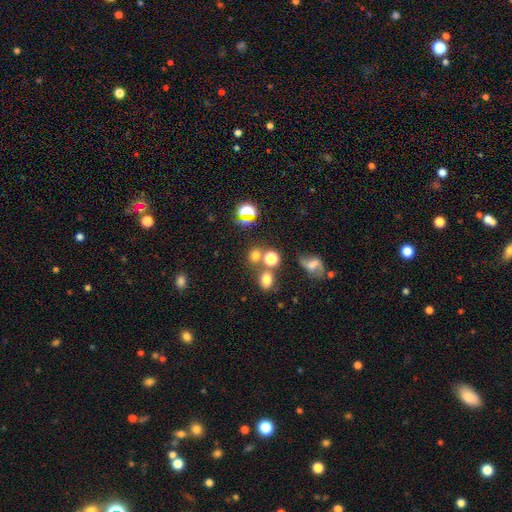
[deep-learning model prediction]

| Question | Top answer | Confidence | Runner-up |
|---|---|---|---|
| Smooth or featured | smooth | 67% | star or artifact (22%) |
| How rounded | round | 74% | in between (24%) |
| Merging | none | 60% | merger (23%) |